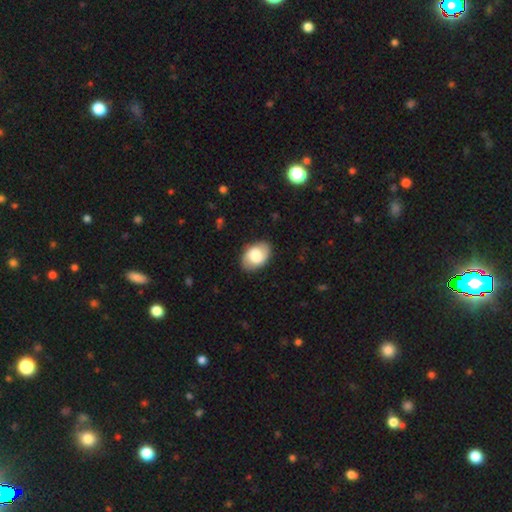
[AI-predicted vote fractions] This is likely a smooth galaxy (67%). How rounded: clearly in between (88%). Merging: clearly none (85%).